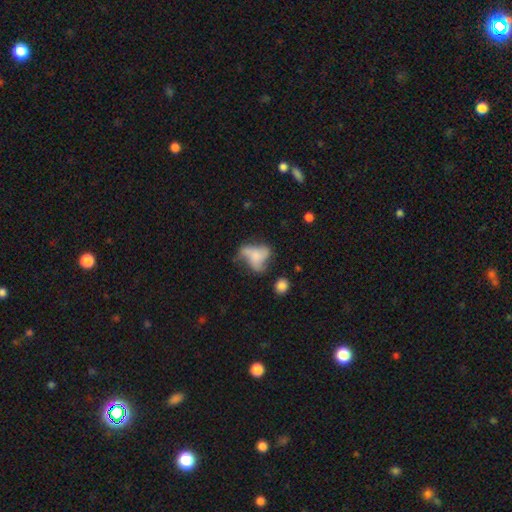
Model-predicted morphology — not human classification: The model was most divided on "merging": major disturbance: 34%, none: 33%, minor disturbance: 22%, merger: 11%. Remaining: smooth or featured — smooth (45%).